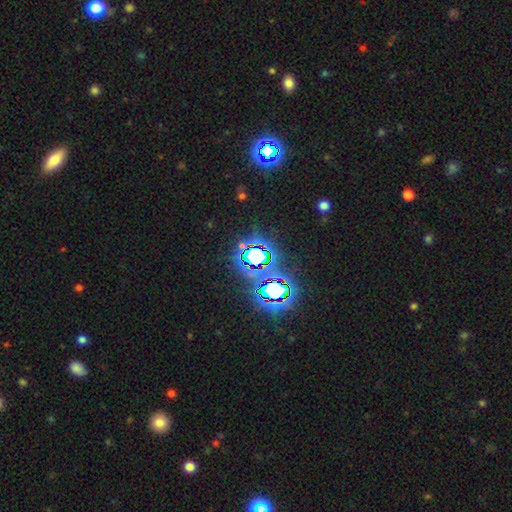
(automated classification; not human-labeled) This is likely a star or artifact rather than a galaxy (76%).